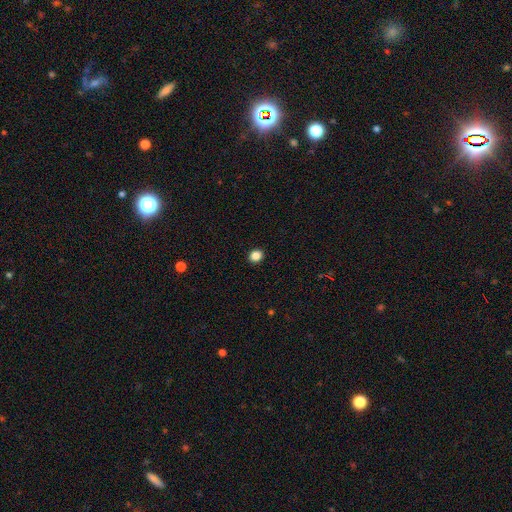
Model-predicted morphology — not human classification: smooth_or_featured: smooth (p=0.86) [alt: star or artifact p=0.11]
how_rounded: round (p=0.74) [alt: in between p=0.25]
merging: none (p=0.92) [alt: minor disturbance p=0.05]